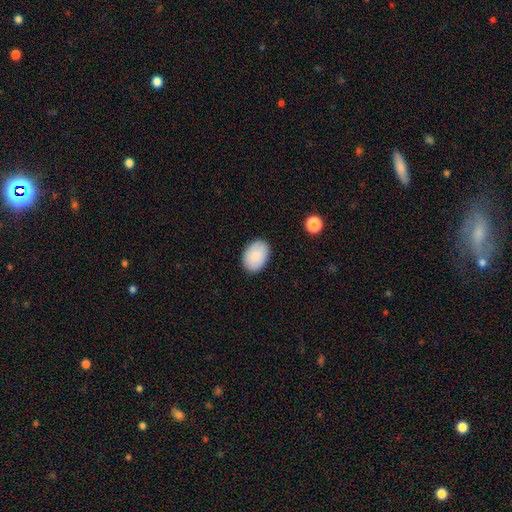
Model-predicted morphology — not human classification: A smooth galaxy with no disk features (87%) that is in between round and cigar-shaped (84%).

Vote fractions:
- Smooth or featured? smooth: 87% / featured or disk: 7% / star or artifact: 6%
- How rounded? in between: 84% / round: 15% / cigar-shaped: 1%
- Merging? none: 87% / minor disturbance: 10% / major disturbance: 2% / merger: 1%